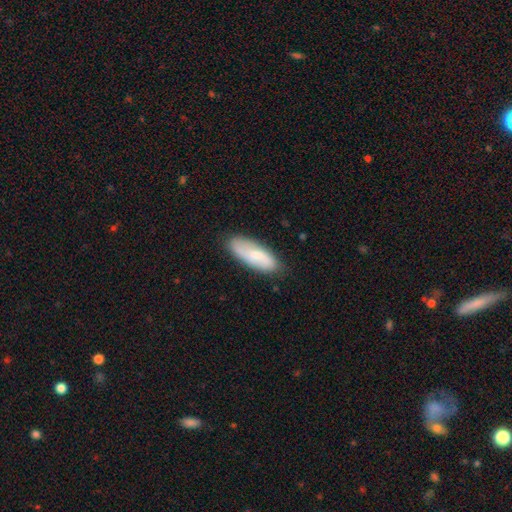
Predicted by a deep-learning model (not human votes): Smooth or featured?
  - smooth: 58% *
  - featured or disk: 36%
  - star or artifact: 6%
How rounded?
  - in between: 69% *
  - cigar-shaped: 29%
  - round: 2%
Merging?
  - none: 80% *
  - minor disturbance: 16%
  - major disturbance: 3%
  - merger: 1%